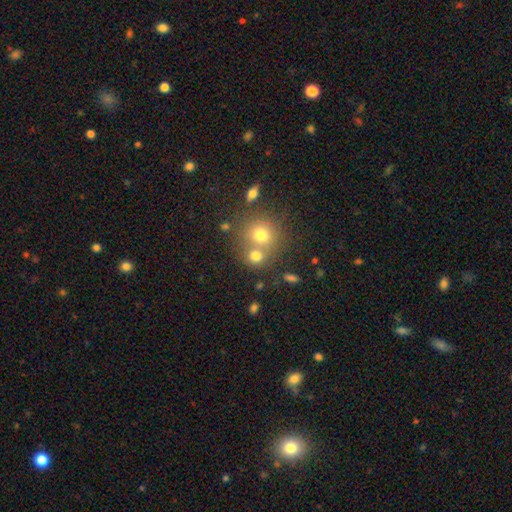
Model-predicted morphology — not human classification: Smooth or featured? smooth (72%)
How rounded? round (81%)
Merging? none (49%)